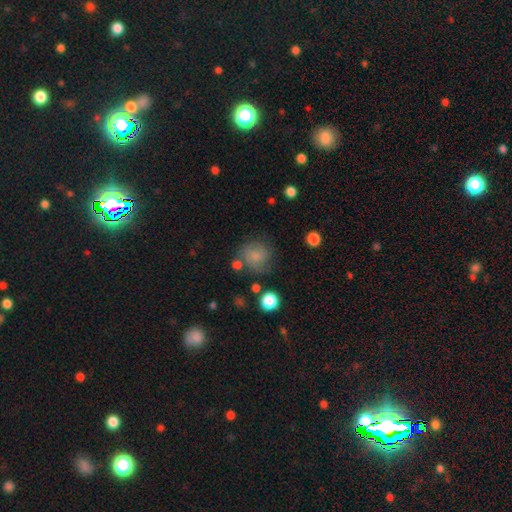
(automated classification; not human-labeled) A smooth galaxy with no disk features (69%) that is round (84%). Merging: none (63%).